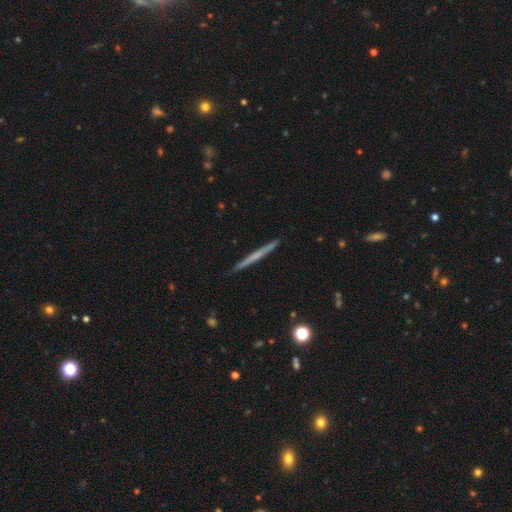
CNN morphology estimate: A featured or disk galaxy (51%) viewed edge-on (97%).

Vote fractions:
- Smooth or featured? featured or disk: 51% / smooth: 44% / star or artifact: 6%
- Edge-on disk? yes: 97% / no: 3%
- Merging? none: 92% / minor disturbance: 6% / major disturbance: 1% / merger: 1%